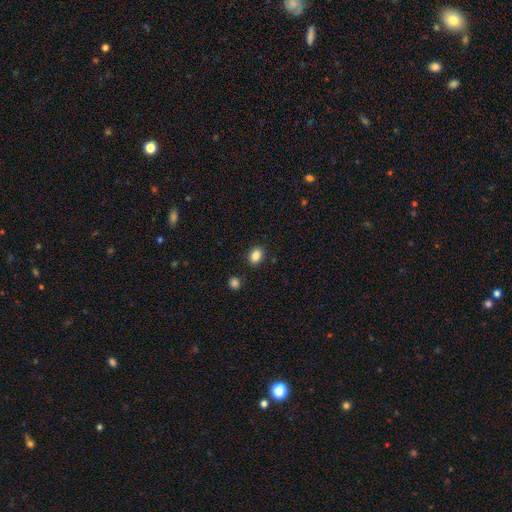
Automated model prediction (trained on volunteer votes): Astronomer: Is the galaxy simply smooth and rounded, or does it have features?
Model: smooth — 85%.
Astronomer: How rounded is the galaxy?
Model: in between — 60% (runner-up: round, 39%).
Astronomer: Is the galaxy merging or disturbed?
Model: none — 86%.